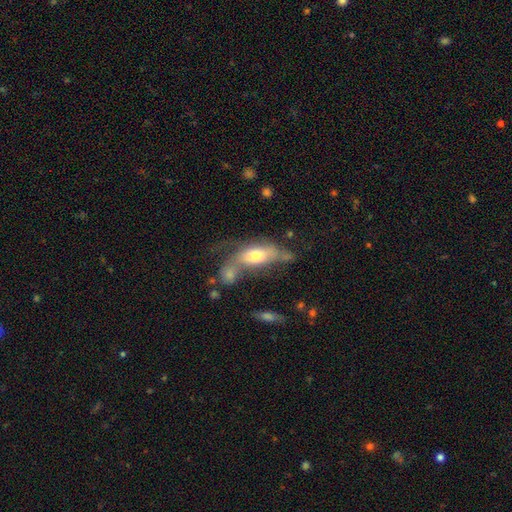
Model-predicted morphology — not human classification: Smooth or featured? Predicted: smooth (p=0.53). How rounded? Predicted: in between (p=0.76). Merging? Predicted: merger (p=0.36).